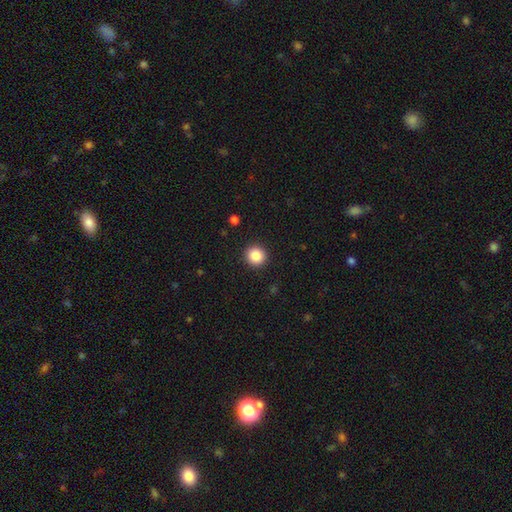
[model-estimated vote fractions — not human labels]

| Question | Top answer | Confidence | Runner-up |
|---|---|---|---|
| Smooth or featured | smooth | 86% | star or artifact (10%) |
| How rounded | round | 94% | in between (5%) |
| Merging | none | 93% | minor disturbance (5%) |